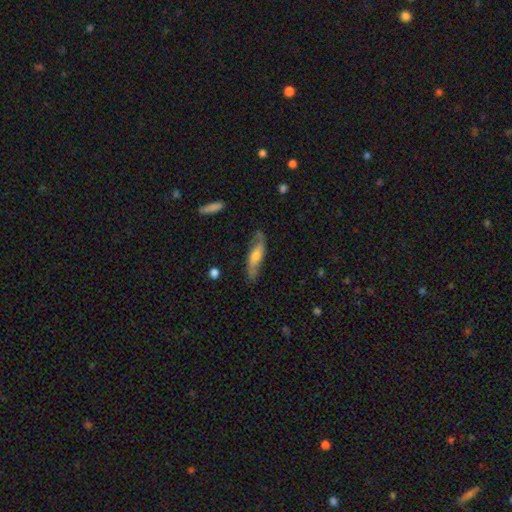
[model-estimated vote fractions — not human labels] smooth-or-featured: featured or disk: 63% | smooth: 31% | star or artifact: 6%
  disk-edge-on: no: 59% | yes: 41%
  merging: none: 75% | minor disturbance: 18% | major disturbance: 5% | merger: 2%